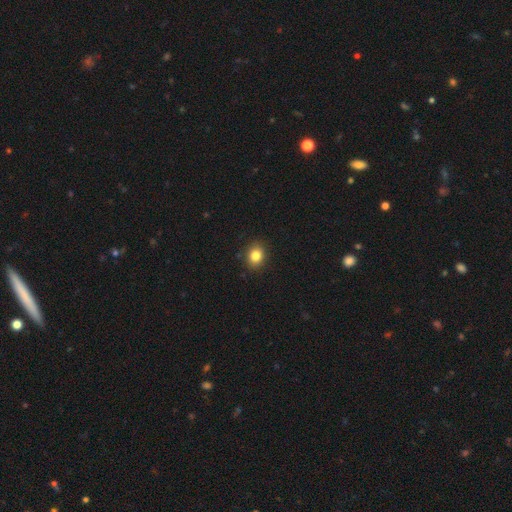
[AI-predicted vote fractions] smooth_or_featured: smooth (p=0.84) [alt: star or artifact p=0.11]
how_rounded: round (p=0.57) [alt: in between p=0.42]
merging: none (p=0.89) [alt: minor disturbance p=0.08]